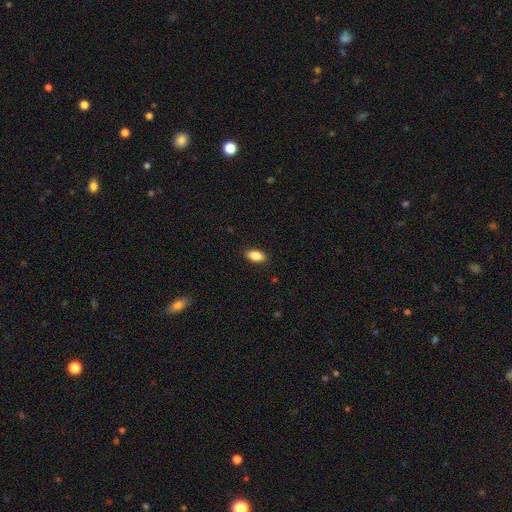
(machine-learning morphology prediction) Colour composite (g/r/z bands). It shows a smooth galaxy with no disk features (85%) that is in between round and cigar-shaped (89%). Merging: none (88%).